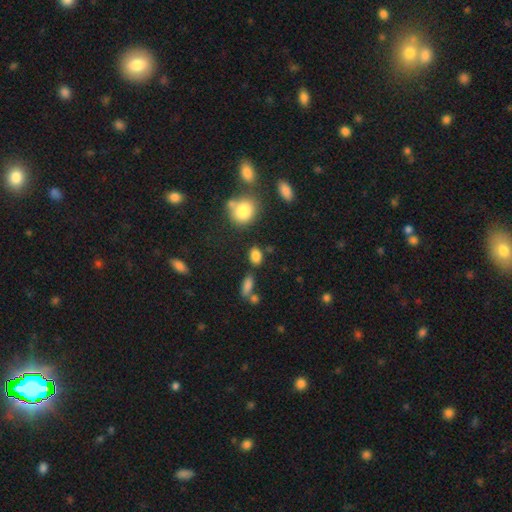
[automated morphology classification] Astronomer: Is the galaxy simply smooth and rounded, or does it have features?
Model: smooth — 83%.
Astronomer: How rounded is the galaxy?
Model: in between — 74%.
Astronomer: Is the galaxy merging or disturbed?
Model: none — 74%.